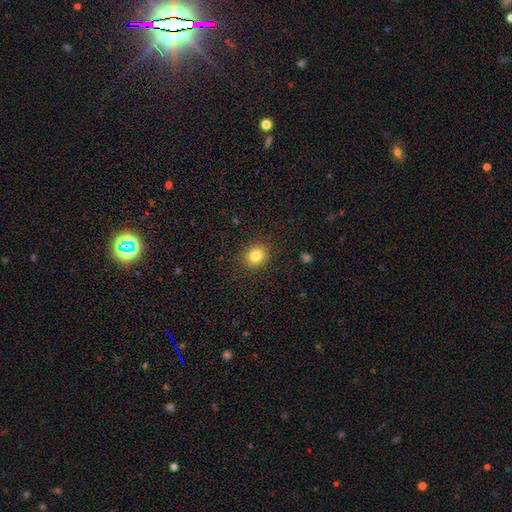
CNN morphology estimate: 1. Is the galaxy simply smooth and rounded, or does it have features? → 83% smooth, 11% star or artifact, 6% featured or disk.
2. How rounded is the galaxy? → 68% round, 31% in between, 1% cigar-shaped.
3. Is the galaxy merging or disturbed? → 89% none, 8% minor disturbance, 3% major disturbance, 1% merger.